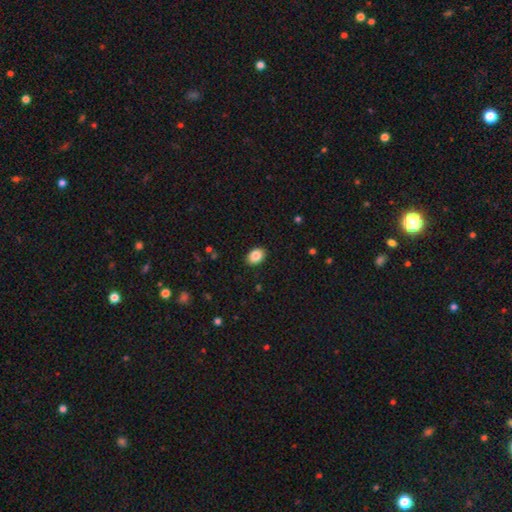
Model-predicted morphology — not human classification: Smooth or featured: smooth — 87% (star or artifact — 8%)
How rounded: in between — 79% (round — 21%)
Merging: none — 90% (minor disturbance — 7%)